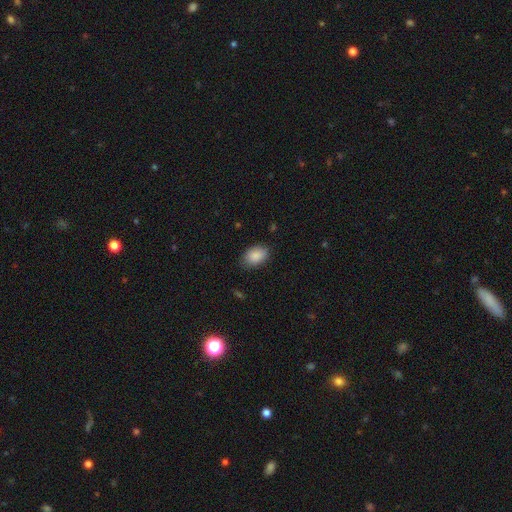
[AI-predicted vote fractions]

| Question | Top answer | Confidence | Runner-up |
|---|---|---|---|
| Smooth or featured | smooth | 88% | star or artifact (7%) |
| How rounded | in between | 84% | round (15%) |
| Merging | none | 79% | minor disturbance (16%) |